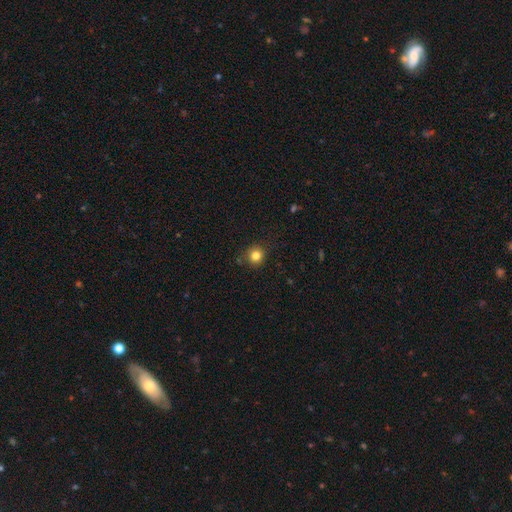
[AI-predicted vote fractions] The model was most divided on "smooth or featured": smooth: 82%, star or artifact: 13%, featured or disk: 6%. More confident: how rounded — round (91%); merging — none (86%).